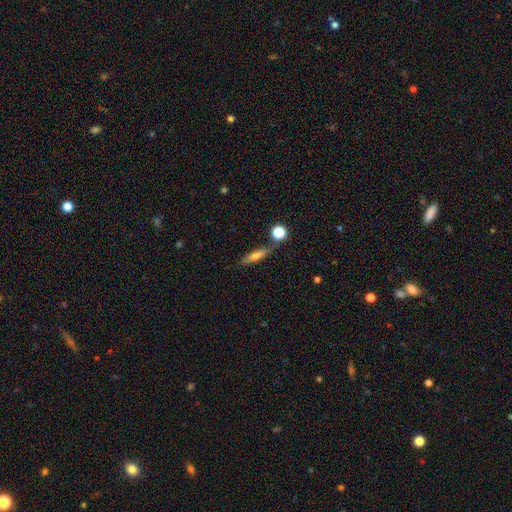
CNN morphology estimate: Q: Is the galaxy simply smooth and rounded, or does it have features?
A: smooth — 60%.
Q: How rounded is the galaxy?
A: cigar-shaped — 71%.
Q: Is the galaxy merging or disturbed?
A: none — 71%.